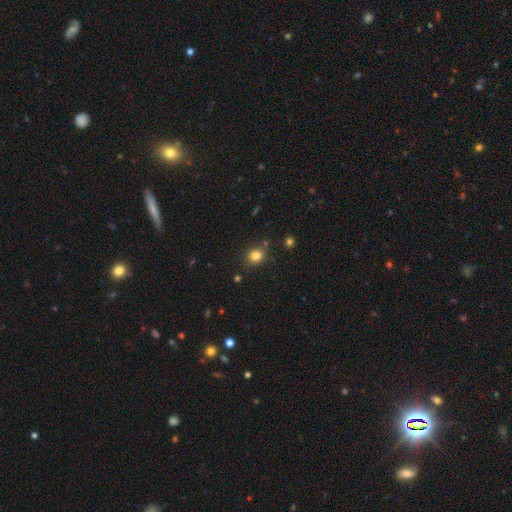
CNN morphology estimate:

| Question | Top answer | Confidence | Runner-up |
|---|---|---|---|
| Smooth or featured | smooth | 81% | star or artifact (13%) |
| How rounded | round | 75% | in between (24%) |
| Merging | none | 81% | minor disturbance (11%) |